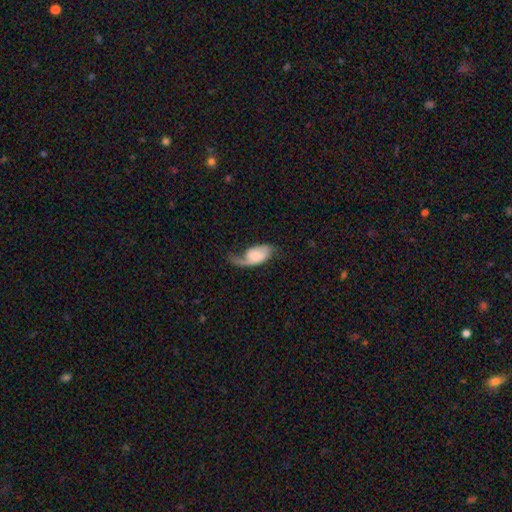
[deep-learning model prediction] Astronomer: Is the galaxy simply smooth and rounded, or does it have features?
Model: featured or disk — 63%.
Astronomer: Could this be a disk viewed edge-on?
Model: no — 95%.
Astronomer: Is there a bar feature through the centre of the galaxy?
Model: no — 60%.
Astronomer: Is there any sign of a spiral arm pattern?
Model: yes — 89%.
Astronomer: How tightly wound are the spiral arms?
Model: loose — 59%.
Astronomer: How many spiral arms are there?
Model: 1 — 48% (runner-up: 2, 45%).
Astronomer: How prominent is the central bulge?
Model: small — 39% (runner-up: moderate, 27%).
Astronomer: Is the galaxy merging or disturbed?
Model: major disturbance — 38% (runner-up: none, 34%).